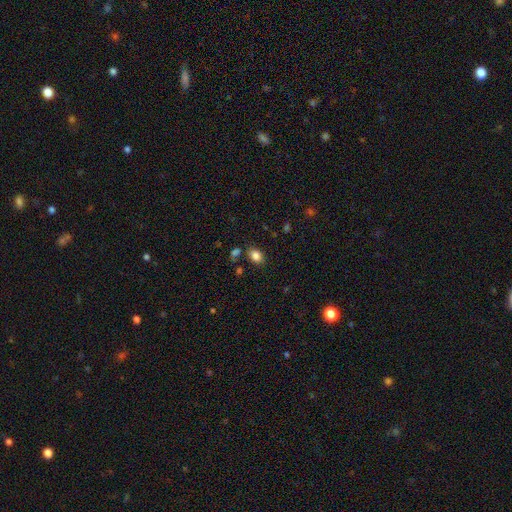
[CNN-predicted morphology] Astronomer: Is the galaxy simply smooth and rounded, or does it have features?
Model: smooth — 83%.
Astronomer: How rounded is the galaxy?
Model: in between — 73%.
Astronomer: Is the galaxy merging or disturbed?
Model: none — 80%.